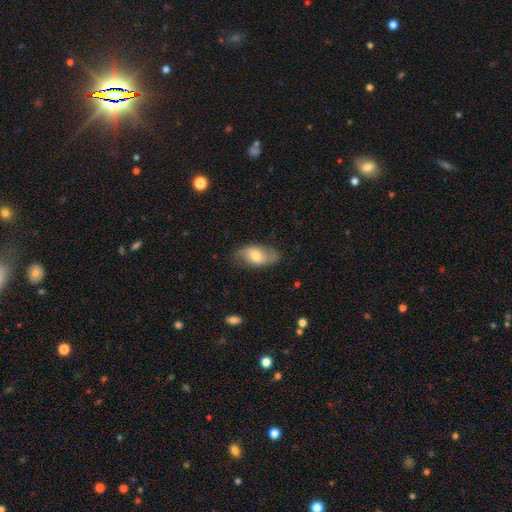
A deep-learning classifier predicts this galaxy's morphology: Smooth or featured: smooth — 49% (featured or disk — 44%)
Merging: none — 71% (minor disturbance — 22%)